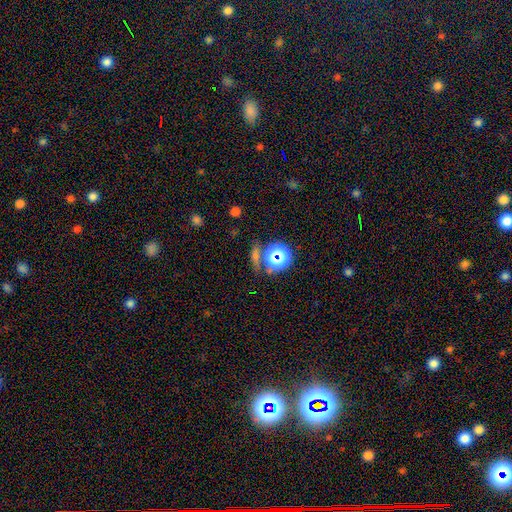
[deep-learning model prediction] A star or artifact, not a galaxy (45%).